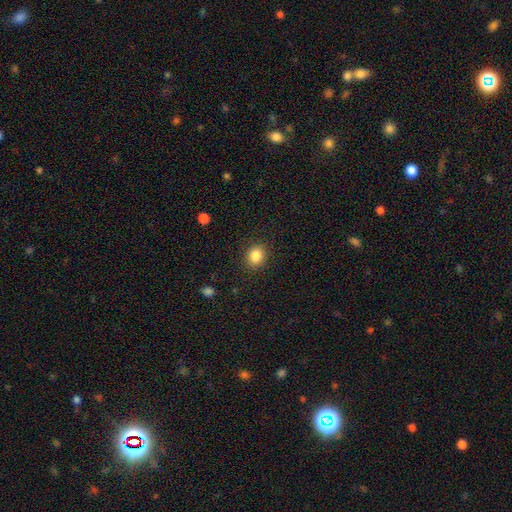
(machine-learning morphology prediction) A smooth galaxy with no disk features (86%) that is round (69%). Merging: none (89%).